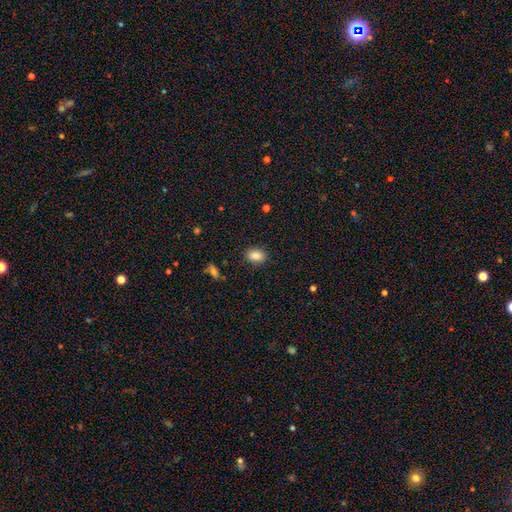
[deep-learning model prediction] Q: Smooth or featured?
A: smooth (87%); runner-up: star or artifact (9%)
Q: How rounded?
A: in between (76%); runner-up: round (22%)
Q: Merging?
A: none (86%); runner-up: minor disturbance (10%)